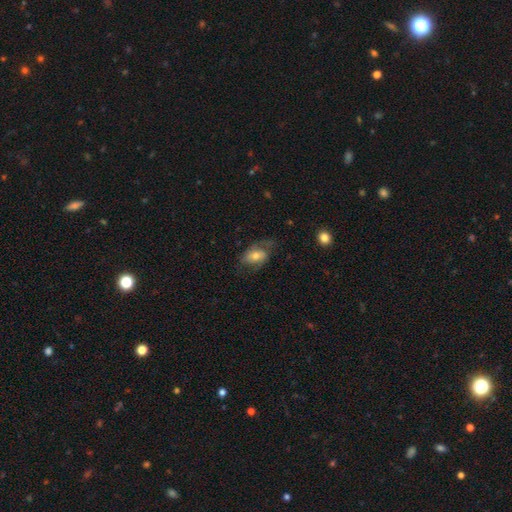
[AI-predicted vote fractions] A smooth galaxy with no disk features (47%).

Vote fractions:
- Smooth or featured? smooth: 47% / featured or disk: 45% / star or artifact: 8%
- Merging? none: 53% / minor disturbance: 25% / major disturbance: 20% / merger: 2%